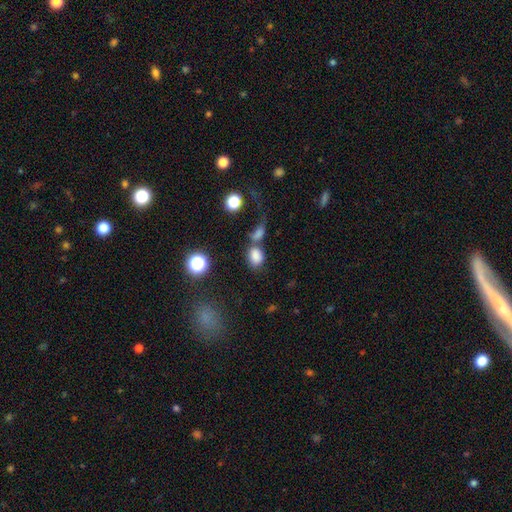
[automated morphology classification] This appears to be a smooth galaxy with no disk features (80%) that is in between round and cigar-shaped (67%). Merging: none (42%).